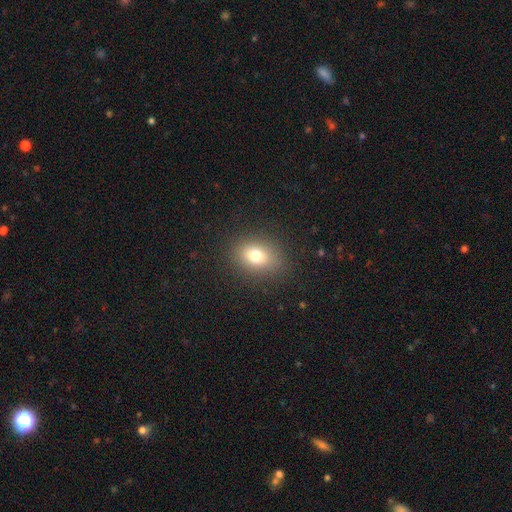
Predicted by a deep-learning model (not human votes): Smooth or featured: smooth — 75% (star or artifact — 13%)
How rounded: in between — 63% (round — 36%)
Merging: none — 86% (minor disturbance — 9%)